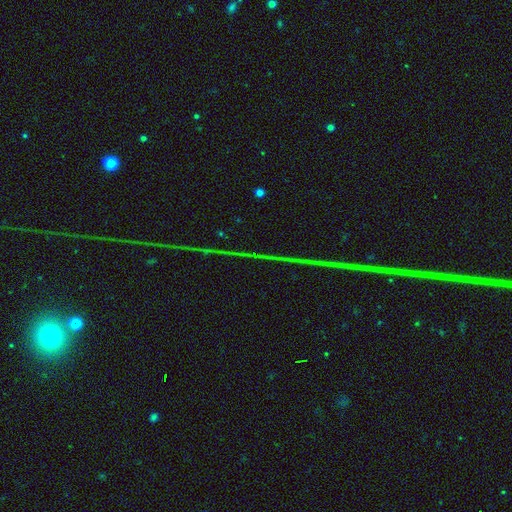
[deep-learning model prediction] Smooth or featured: star or artifact — 85% (featured or disk — 9%)